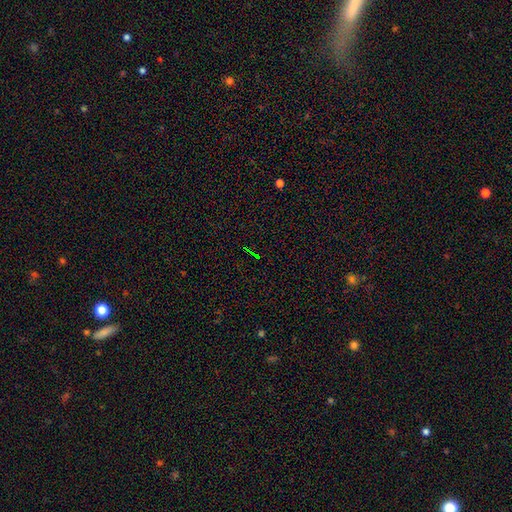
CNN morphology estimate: Overall: star or artifact (76%).